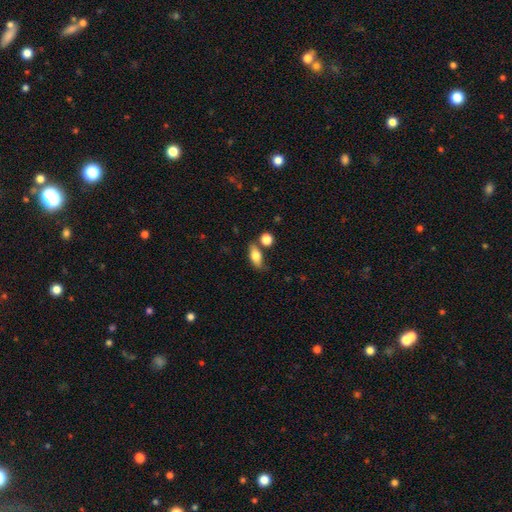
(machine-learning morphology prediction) smooth_or_featured: smooth (p=0.73) [alt: featured or disk p=0.19]
how_rounded: in between (p=0.78) [alt: cigar-shaped p=0.14]
merging: none (p=0.67) [alt: minor disturbance p=0.17]